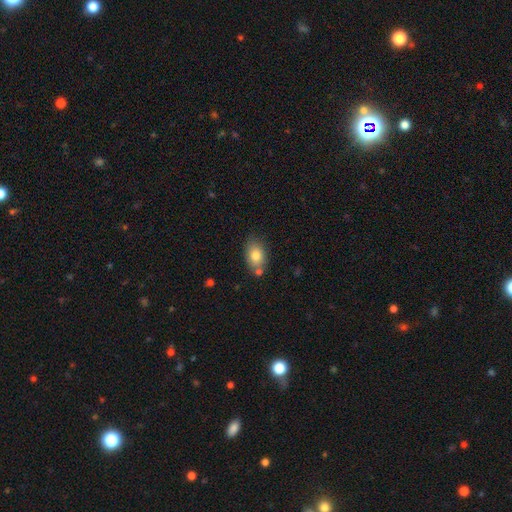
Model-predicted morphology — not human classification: Overall: smooth (78%). How rounded: in between (84%). Merging: none (68%).